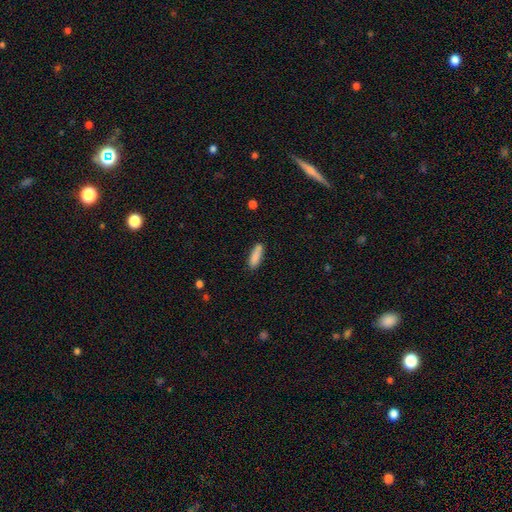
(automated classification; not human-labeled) Q: Smooth or featured?
A: smooth (87%); runner-up: star or artifact (7%)
Q: How rounded?
A: cigar-shaped (54%); runner-up: in between (44%)
Q: Merging?
A: none (82%); runner-up: minor disturbance (13%)